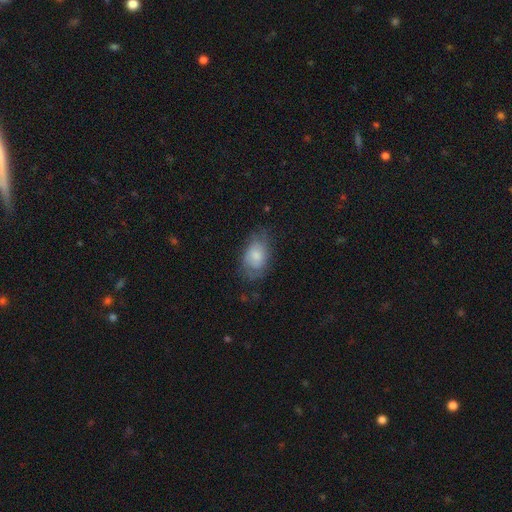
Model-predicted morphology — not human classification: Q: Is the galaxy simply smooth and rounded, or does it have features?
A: smooth — 68%.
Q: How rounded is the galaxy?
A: in between — 88%.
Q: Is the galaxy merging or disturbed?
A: none — 56%.